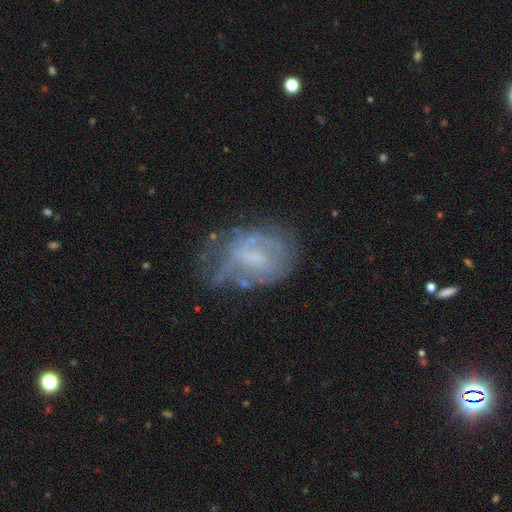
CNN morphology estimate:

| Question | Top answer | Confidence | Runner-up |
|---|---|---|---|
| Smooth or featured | featured or disk | 57% | smooth (31%) |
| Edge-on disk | no | 96% | yes (4%) |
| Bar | no | 49% | weak (41%) |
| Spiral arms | no | 55% | yes (45%) |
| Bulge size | small | 37% | tied: none (37%) |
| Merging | none | 43% | minor disturbance (30%) |